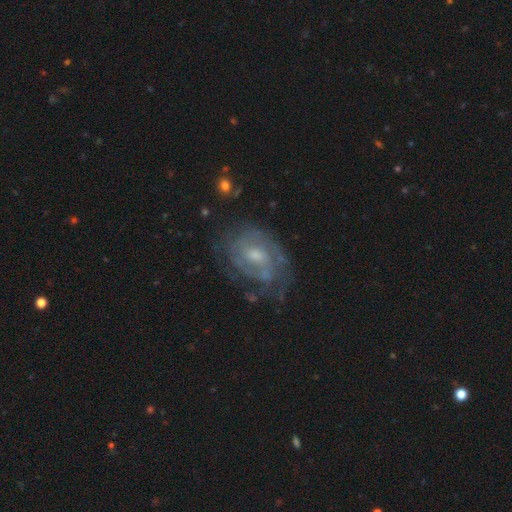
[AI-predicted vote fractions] Smooth or featured? featured or disk (78%)
Edge-on disk? no (97%)
Bar? no (53%)
Spiral arms? yes (82%)
Spiral winding? tight (55%)
Spiral arm count? can't tell (43%)
Bulge size? moderate (48%)
Merging? none (62%)